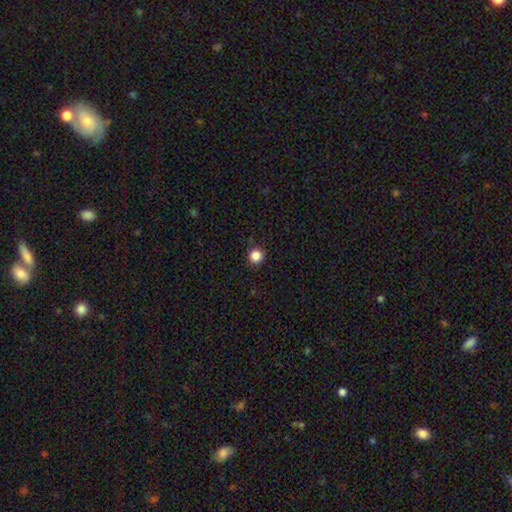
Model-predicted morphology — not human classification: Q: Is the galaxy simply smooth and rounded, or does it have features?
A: smooth — 86%.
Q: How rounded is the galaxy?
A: round — 95%.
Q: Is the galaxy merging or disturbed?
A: none — 91%.